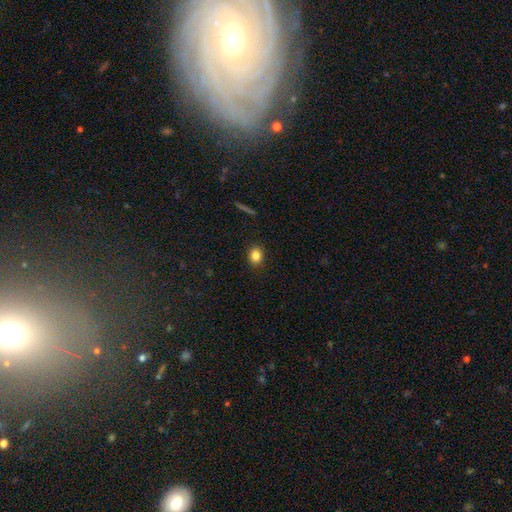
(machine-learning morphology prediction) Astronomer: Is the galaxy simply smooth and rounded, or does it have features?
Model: smooth — 84%.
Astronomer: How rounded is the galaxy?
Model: round — 56% (runner-up: in between, 43%).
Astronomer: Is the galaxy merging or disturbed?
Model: none — 90%.